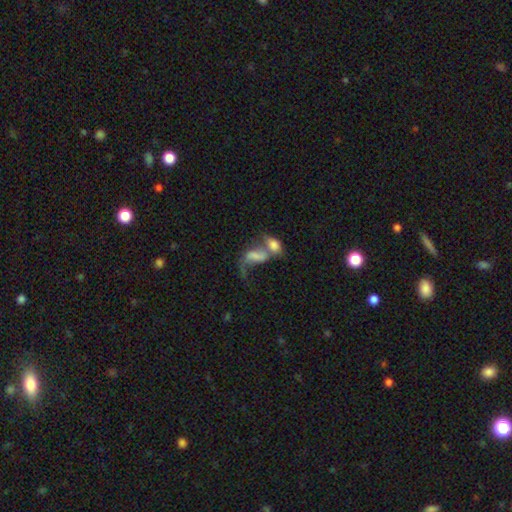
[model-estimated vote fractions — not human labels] This is possibly a smooth galaxy (48%). Merging: likely merger (68%).